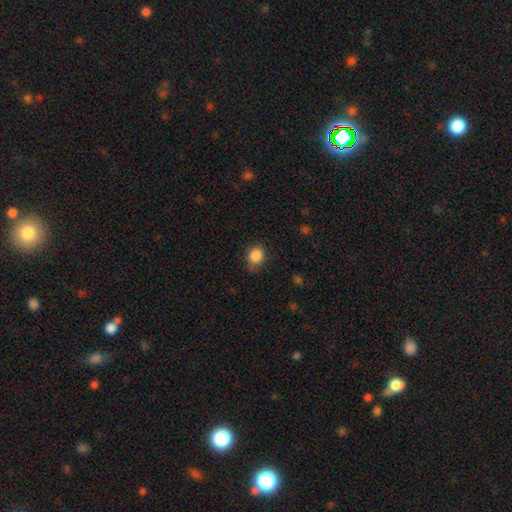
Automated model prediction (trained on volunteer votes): Smooth or featured: smooth — 87% (star or artifact — 9%)
How rounded: round — 59% (in between — 40%)
Merging: none — 73% (minor disturbance — 21%)